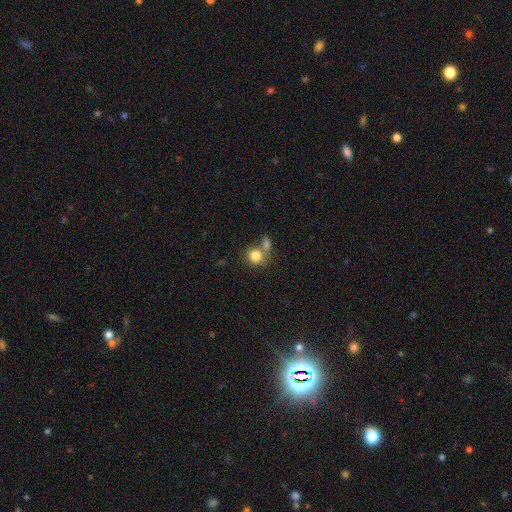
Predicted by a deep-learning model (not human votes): smooth_or_featured: smooth (p=0.82) [alt: star or artifact p=0.10]
how_rounded: round (p=0.79) [alt: in between p=0.20]
merging: none (p=0.49) [alt: merger p=0.36]